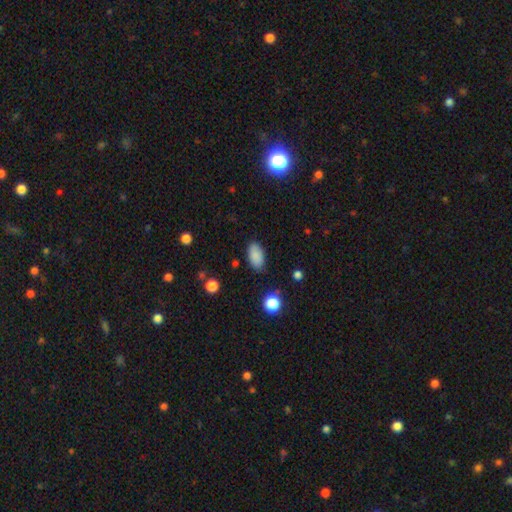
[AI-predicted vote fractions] Smooth or featured? smooth (88%)
How rounded? in between (93%)
Merging? none (84%)